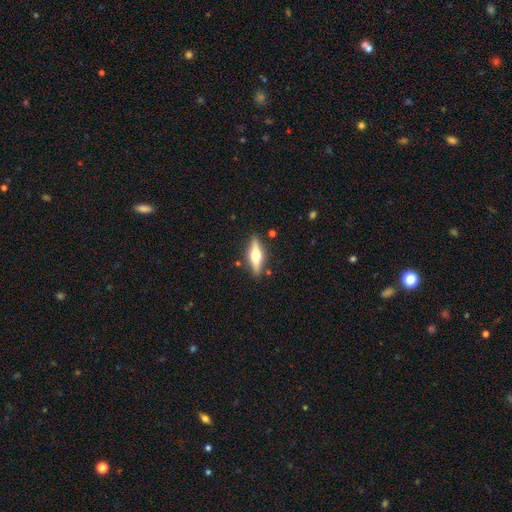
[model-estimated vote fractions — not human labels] smooth_or_featured: featured or disk (p=0.62) [alt: smooth p=0.32]
disk_edge_on: yes (p=0.95) [alt: no p=0.05]
edge_on_bulge: rounded (p=0.95) [alt: boxy p=0.04]
merging: none (p=0.87) [alt: minor disturbance p=0.09]